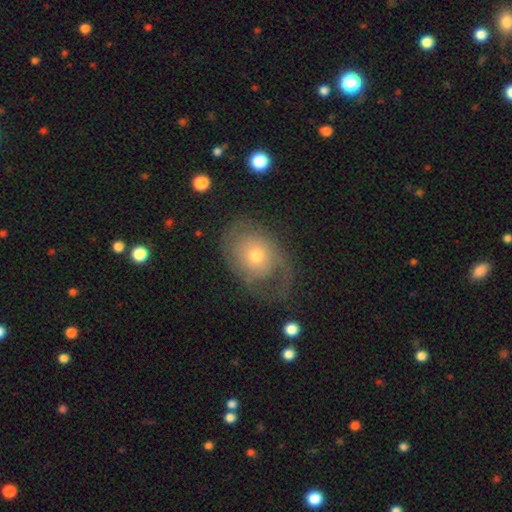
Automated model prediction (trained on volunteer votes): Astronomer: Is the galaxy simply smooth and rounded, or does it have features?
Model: featured or disk — 55% (runner-up: smooth, 37%).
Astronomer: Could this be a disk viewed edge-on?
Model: no — 95%.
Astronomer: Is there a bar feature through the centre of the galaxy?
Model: no — 83%.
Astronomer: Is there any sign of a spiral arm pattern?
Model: yes — 67%.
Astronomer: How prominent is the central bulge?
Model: small — 48% (runner-up: moderate, 46%).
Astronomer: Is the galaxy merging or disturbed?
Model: none — 54%.